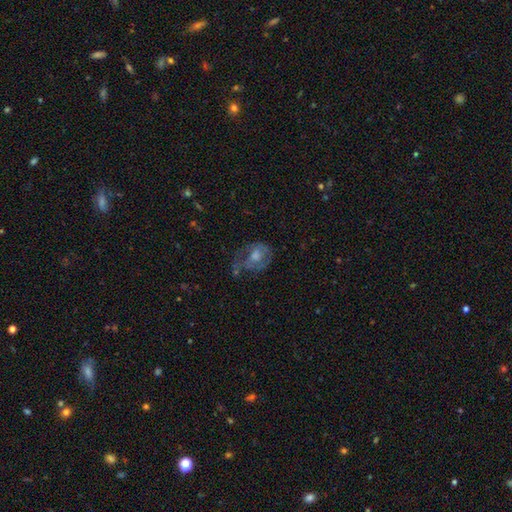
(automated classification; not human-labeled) Smooth or featured?
  - featured or disk: 53% *
  - smooth: 37%
  - star or artifact: 10%
Edge-on disk?
  - no: 96% *
  - yes: 4%
Bar?
  - no: 75% *
  - weak: 21%
  - strong: 4%
Spiral arms?
  - no: 52% *
  - yes: 48%
Bulge size?
  - moderate: 48% *
  - large: 21%
  - small: 18%
  - none: 11%
  - dominant: 2%
Merging?
  - none: 36% *
  - major disturbance: 31%
  - minor disturbance: 27%
  - merger: 5%